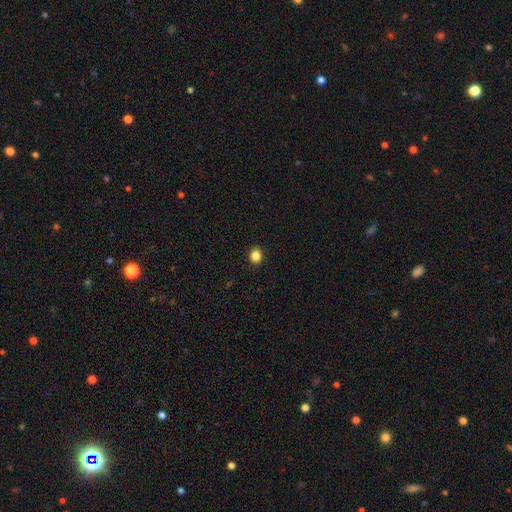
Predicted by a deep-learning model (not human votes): Overall: smooth (85%). How rounded: round (68%; in between 32%). Merging: none (92%).